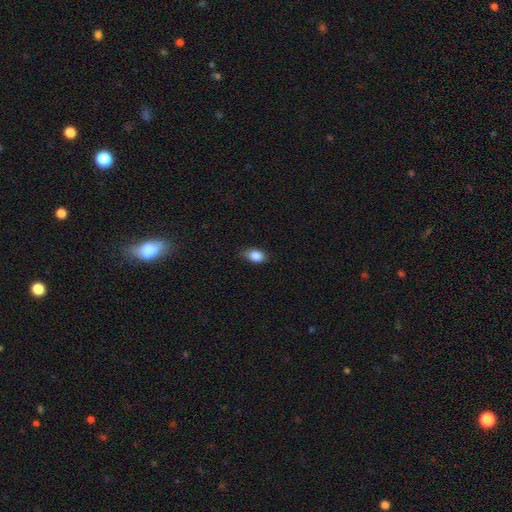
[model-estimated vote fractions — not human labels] Morphology: type=smooth (87%); roundness=in between (82%); merging=none (73%).